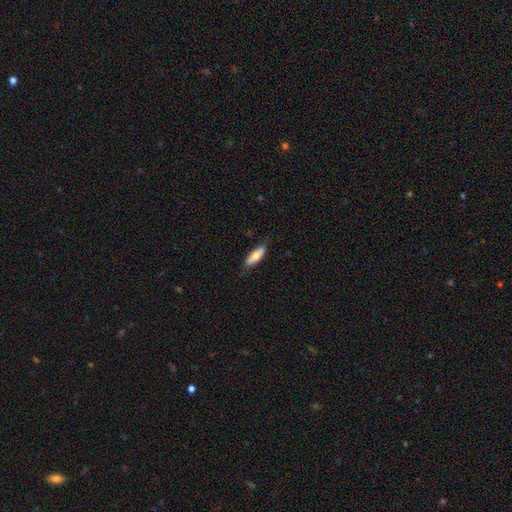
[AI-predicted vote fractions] The model was most divided on "how rounded": in between: 58%, cigar-shaped: 40%, round: 2%. More confident: merging — none (78%); smooth or featured — smooth (73%).